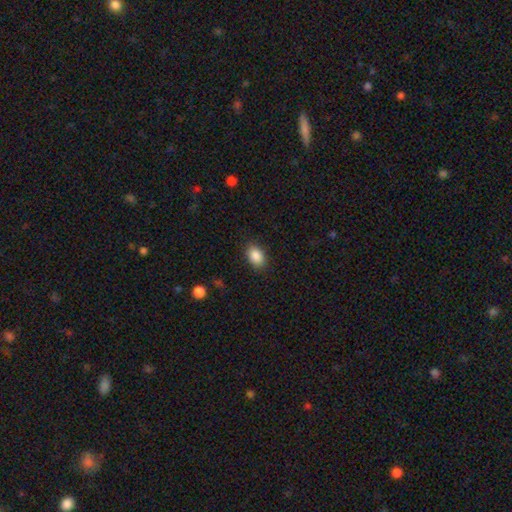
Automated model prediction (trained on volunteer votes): A smooth galaxy with no disk features (89%) that is in between round and cigar-shaped (84%). Merging: none (87%).